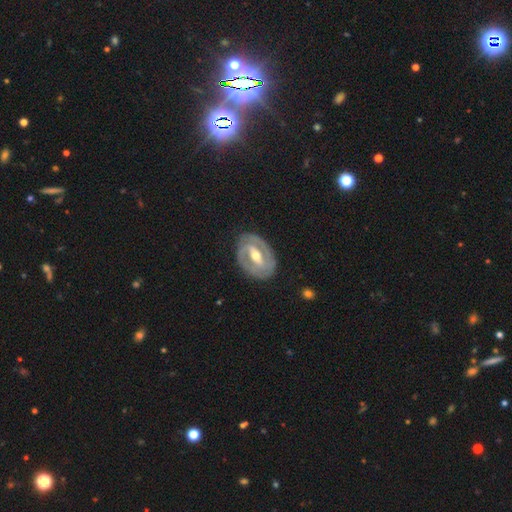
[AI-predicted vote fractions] featured or disk 84%, smooth 12%, star or artifact 4%. Down the decision tree: edge-on disk — no (95%); bar — strong (55%); spiral arms — yes (82%); spiral arm count — 2 (82%); spiral winding — tight (59%); bulge size — moderate (72%); merging — none (82%).